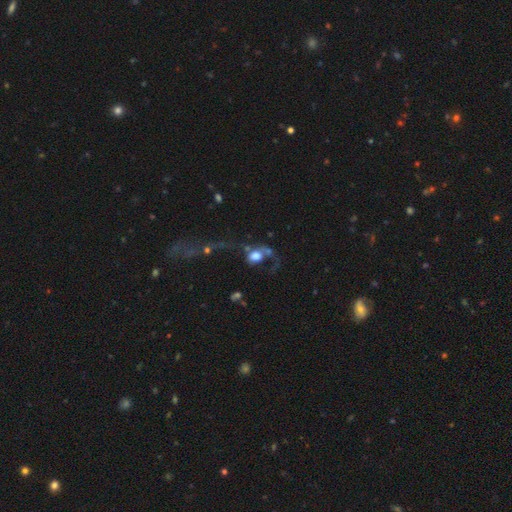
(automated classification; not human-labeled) Smooth or featured? Predicted: smooth (p=0.52). How rounded? Predicted: round (p=0.52). Merging? Predicted: major disturbance (p=0.47).